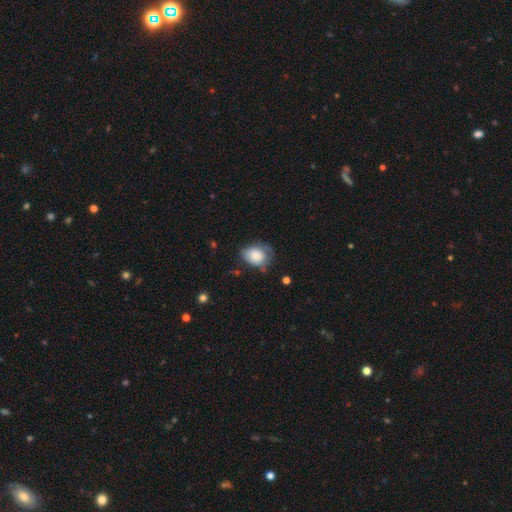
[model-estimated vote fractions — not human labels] A smooth galaxy with no disk features (82%) that is in between round and cigar-shaped (61%).

Vote fractions:
- Smooth or featured? smooth: 82% / featured or disk: 11% / star or artifact: 8%
- How rounded? in between: 61% / round: 38% / cigar-shaped: 1%
- Merging? none: 50% / minor disturbance: 35% / major disturbance: 12% / merger: 3%